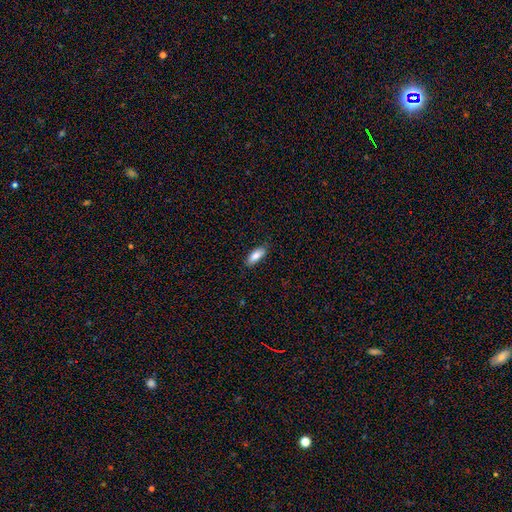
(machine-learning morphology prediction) smooth-or-featured: smooth: 84% | featured or disk: 10% | star or artifact: 6%
  how-rounded: in between: 75% | cigar-shaped: 23% | round: 2%
  merging: none: 84% | minor disturbance: 12% | major disturbance: 2% | merger: 1%